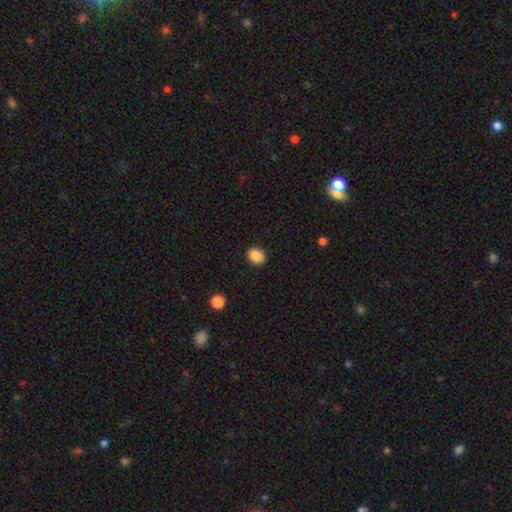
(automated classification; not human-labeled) Overall: smooth (88%). How rounded: round (53%; in between 47%). Merging: none (89%).